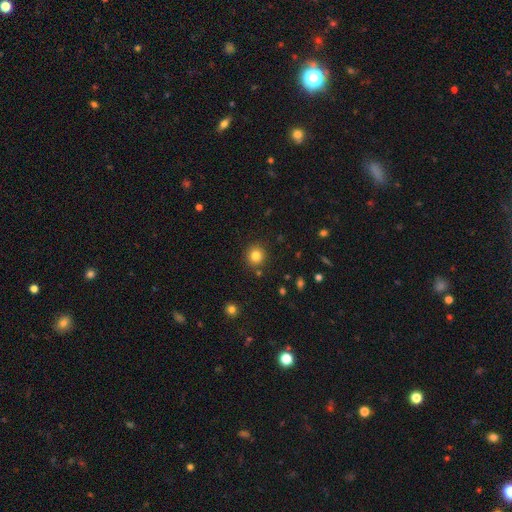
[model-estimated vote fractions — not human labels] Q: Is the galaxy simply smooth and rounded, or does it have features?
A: smooth — 82%.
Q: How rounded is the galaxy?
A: round — 92%.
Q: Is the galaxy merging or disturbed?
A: none — 88%.